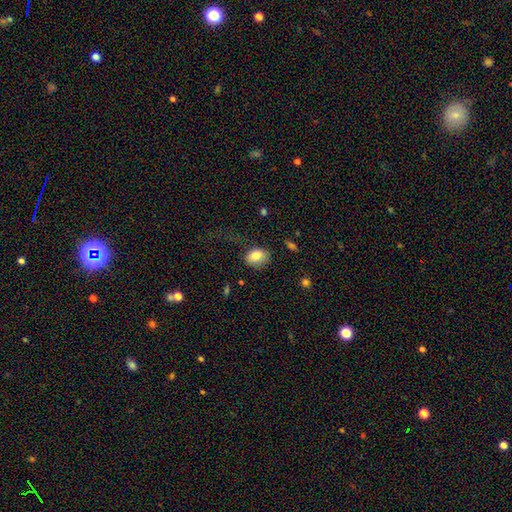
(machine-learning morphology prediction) A smooth galaxy with no disk features (81%) that is in between round and cigar-shaped (68%). Merging: none (55%).